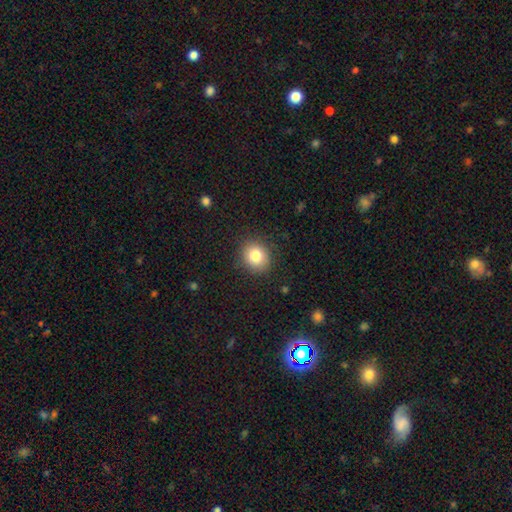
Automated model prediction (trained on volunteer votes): Smooth or featured?
  - smooth: 81% *
  - star or artifact: 10%
  - featured or disk: 9%
How rounded?
  - round: 73% *
  - in between: 26%
  - cigar-shaped: 1%
Merging?
  - none: 87% *
  - minor disturbance: 9%
  - major disturbance: 3%
  - merger: 1%